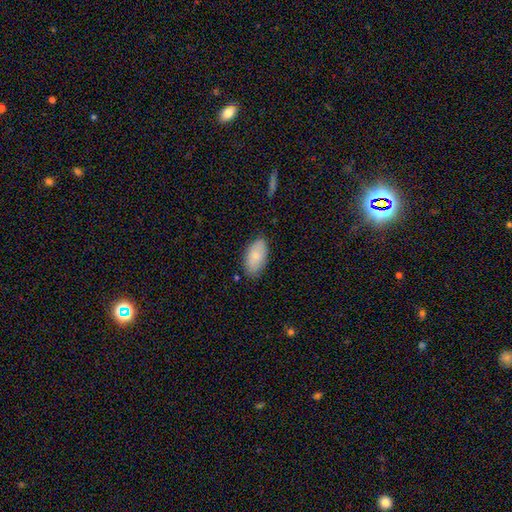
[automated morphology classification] smooth-or-featured: smooth: 77% | featured or disk: 17% | star or artifact: 6%
  how-rounded: in between: 94% | round: 4% | cigar-shaped: 3%
  merging: none: 81% | minor disturbance: 15% | major disturbance: 3% | merger: 1%